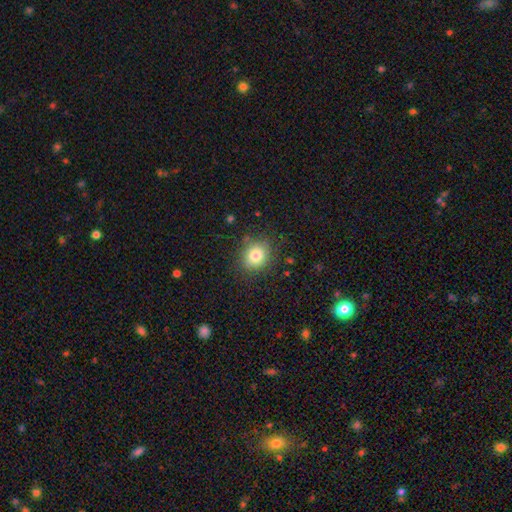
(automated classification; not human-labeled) Overall: smooth (79%). How rounded: round (66%; in between 33%). Merging: none (83%).